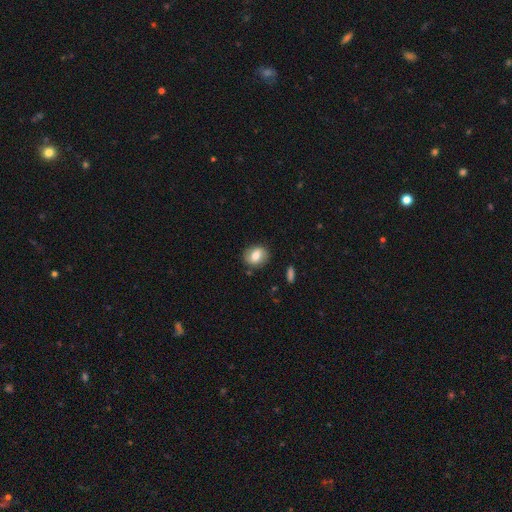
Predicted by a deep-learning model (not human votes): Smooth or featured: smooth — 68% (featured or disk — 23%)
How rounded: round — 53% (in between — 45%)
Merging: none — 83% (minor disturbance — 12%)